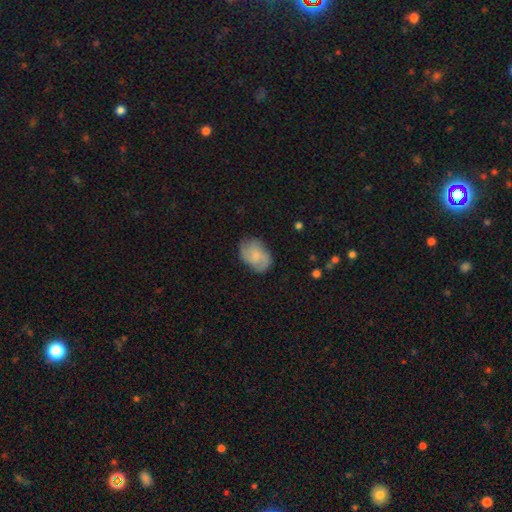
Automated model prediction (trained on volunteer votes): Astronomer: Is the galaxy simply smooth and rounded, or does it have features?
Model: smooth — 55% (runner-up: featured or disk, 38%).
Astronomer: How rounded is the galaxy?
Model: in between — 79%.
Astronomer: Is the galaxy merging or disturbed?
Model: none — 69%.